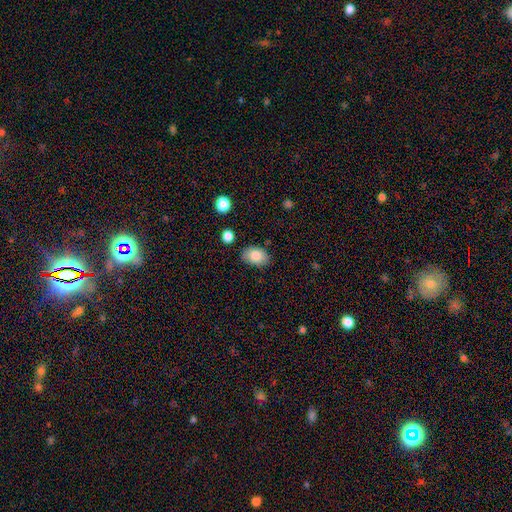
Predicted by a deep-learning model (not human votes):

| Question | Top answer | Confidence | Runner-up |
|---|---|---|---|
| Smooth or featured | smooth | 85% | star or artifact (7%) |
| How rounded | in between | 84% | round (15%) |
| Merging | none | 81% | minor disturbance (14%) |